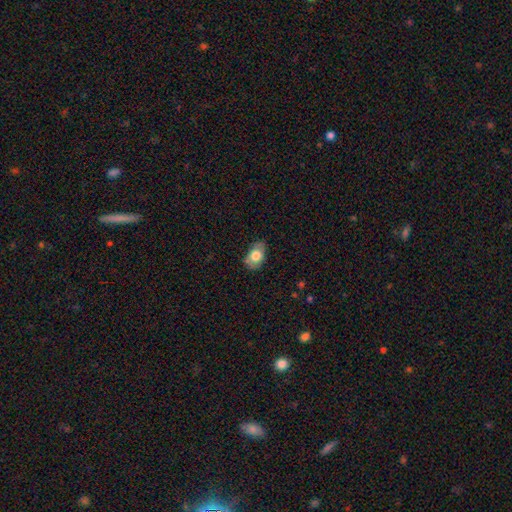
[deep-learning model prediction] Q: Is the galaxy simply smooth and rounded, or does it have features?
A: smooth — 72%.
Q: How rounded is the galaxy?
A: in between — 87%.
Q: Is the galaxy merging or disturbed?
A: none — 73%.